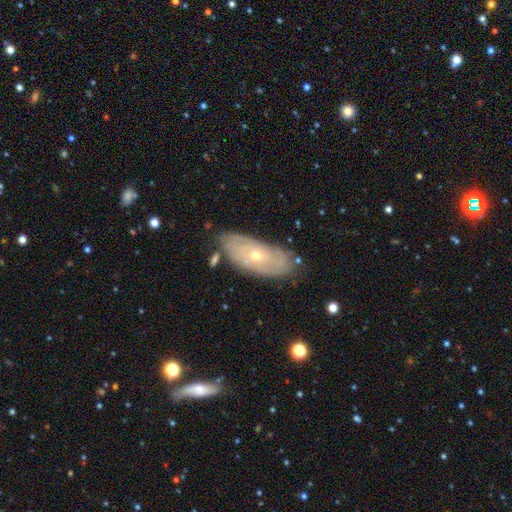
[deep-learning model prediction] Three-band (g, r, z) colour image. It shows a featured or disk galaxy (66%) with no bar (83%), spiral arms (64%) and a small central bulge (65%). Merging: none (76%).